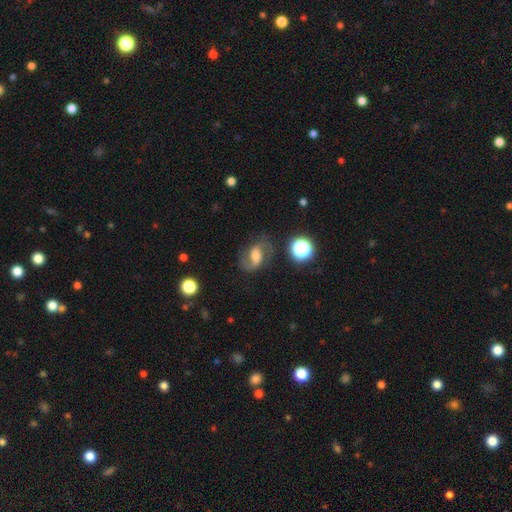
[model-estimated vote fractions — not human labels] Overall: featured or disk (75%). Edge-on disk: no (97%). Bar: weak (50%; no 27%). Spiral arms: yes (94%). Spiral arm count: 2 (91%). Spiral winding: medium (52%; loose 34%). Bulge size: moderate (46%; large 24%). Merging: none (74%).